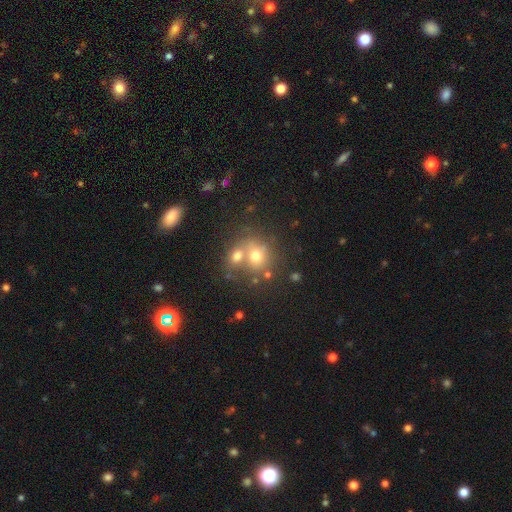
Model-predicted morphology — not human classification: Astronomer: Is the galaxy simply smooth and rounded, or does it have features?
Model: smooth — 67%.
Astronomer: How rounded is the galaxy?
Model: round — 73%.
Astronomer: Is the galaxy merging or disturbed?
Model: merger — 48% (runner-up: none, 39%).